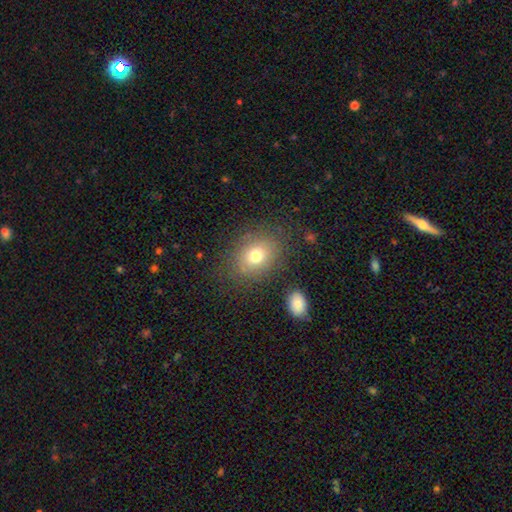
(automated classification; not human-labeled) A smooth galaxy with no disk features (73%) that is in between round and cigar-shaped (50%). Merging: none (79%).